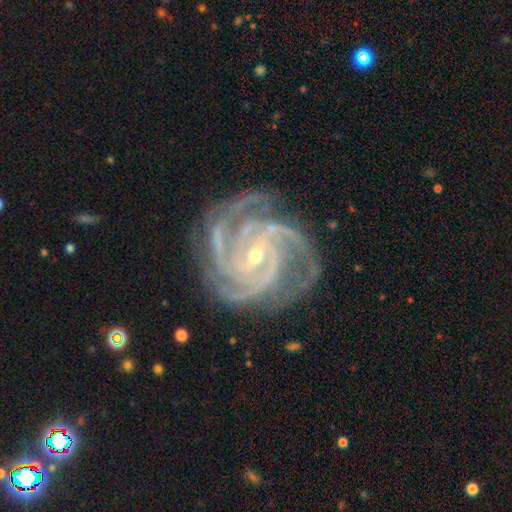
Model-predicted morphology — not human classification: Smooth or featured? featured or disk (93%)
Edge-on disk? no (98%)
Bar? weak (40%)
Spiral arms? yes (99%)
Spiral winding? tight (69%)
Spiral arm count? 4 (46%)
Bulge size? small (73%)
Merging? none (79%)